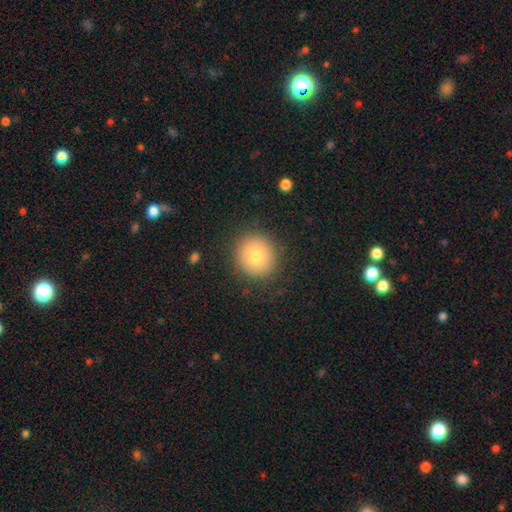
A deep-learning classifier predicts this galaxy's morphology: smooth_or_featured: smooth (p=0.75) [alt: featured or disk p=0.14]
how_rounded: round (p=0.89) [alt: in between p=0.10]
merging: none (p=0.88) [alt: minor disturbance p=0.08]